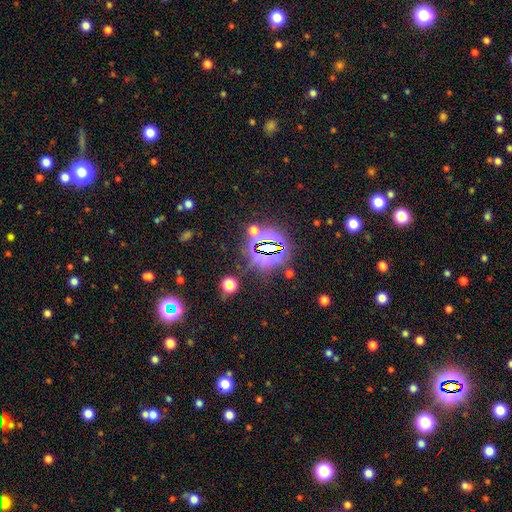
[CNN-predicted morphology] Smooth or featured? Predicted: star or artifact (p=0.80).